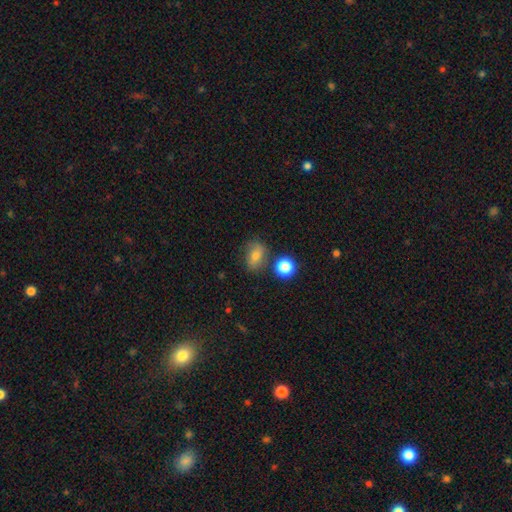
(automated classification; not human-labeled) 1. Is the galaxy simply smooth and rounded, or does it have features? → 69% smooth, 17% featured or disk, 14% star or artifact.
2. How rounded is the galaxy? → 65% in between, 32% round, 2% cigar-shaped.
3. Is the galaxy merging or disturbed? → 71% none, 16% minor disturbance, 7% merger, 5% major disturbance.